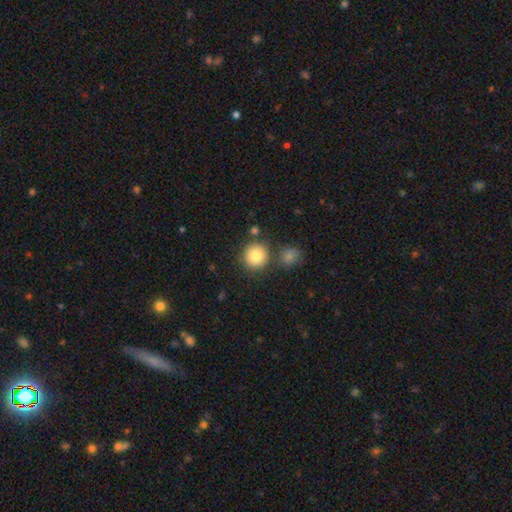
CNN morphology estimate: A smooth galaxy with no disk features (82%) that is round (93%). Merging: none (78%).